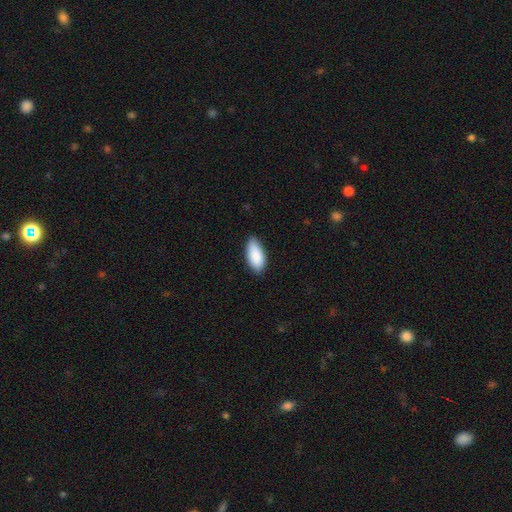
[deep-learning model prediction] Overall: smooth (89%). How rounded: in between (90%). Merging: none (79%).